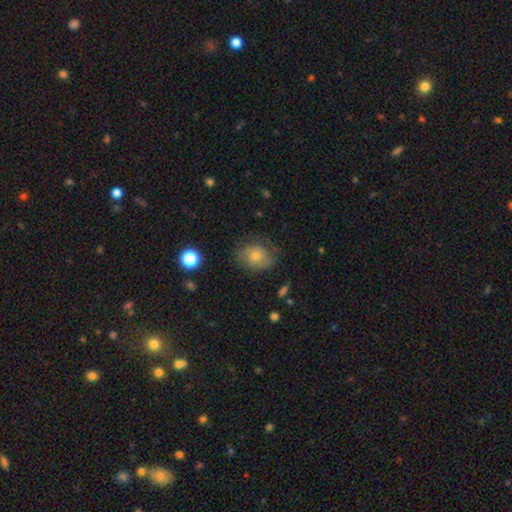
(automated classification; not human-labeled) A smooth galaxy with no disk features (64%) that is round (54%).

Vote fractions:
- Smooth or featured? smooth: 64% / featured or disk: 23% / star or artifact: 13%
- How rounded? round: 54% / in between: 44% / cigar-shaped: 1%
- Merging? none: 73% / minor disturbance: 19% / major disturbance: 7% / merger: 1%